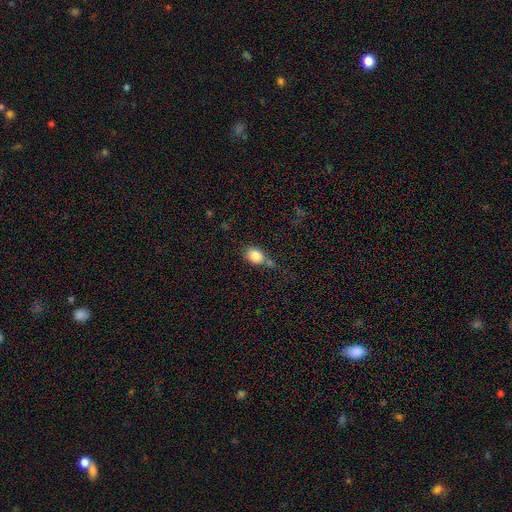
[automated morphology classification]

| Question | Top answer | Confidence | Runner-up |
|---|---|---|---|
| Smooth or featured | smooth | 84% | star or artifact (9%) |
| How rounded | in between | 64% | round (34%) |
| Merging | none | 54% | minor disturbance (24%) |